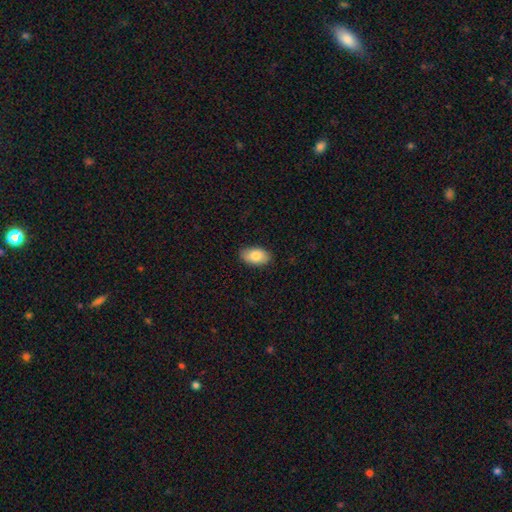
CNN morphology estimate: Smooth or featured?
  - smooth: 83% *
  - featured or disk: 11%
  - star or artifact: 6%
How rounded?
  - in between: 94% *
  - round: 5%
  - cigar-shaped: 2%
Merging?
  - none: 86% *
  - minor disturbance: 11%
  - major disturbance: 2%
  - merger: 1%